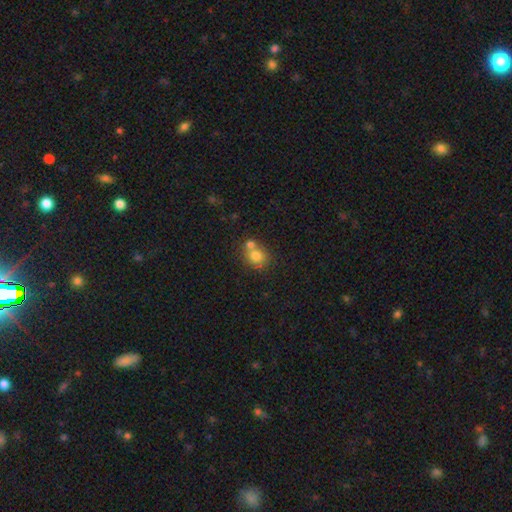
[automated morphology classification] Smooth or featured? smooth (77%)
How rounded? round (75%)
Merging? none (48%)